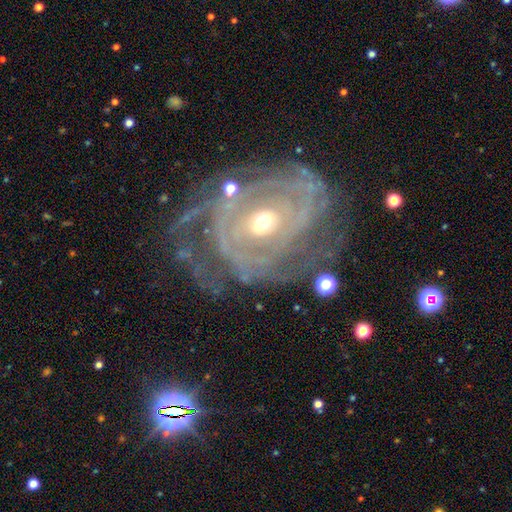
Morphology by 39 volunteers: This appears to be a featured or disk galaxy (87%) with no bar (62%), tight (62%) spiral arms (91%) and a moderate central bulge (62%). Merging: none (53%).